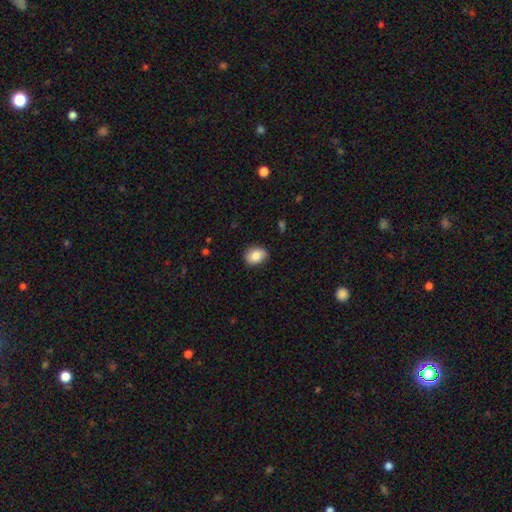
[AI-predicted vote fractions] A smooth galaxy with no disk features (84%) that is in between round and cigar-shaped (68%). Merging: none (82%).